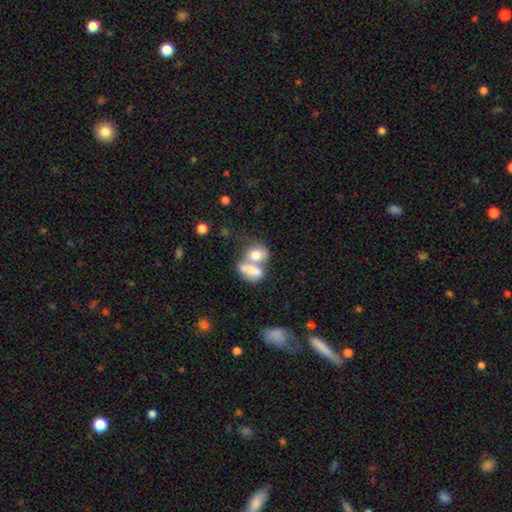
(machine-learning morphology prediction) Smooth or featured?
  - smooth: 73% *
  - featured or disk: 19%
  - star or artifact: 8%
How rounded?
  - in between: 69% *
  - round: 27%
  - cigar-shaped: 4%
Merging?
  - merger: 66% *
  - none: 20%
  - minor disturbance: 8%
  - major disturbance: 6%